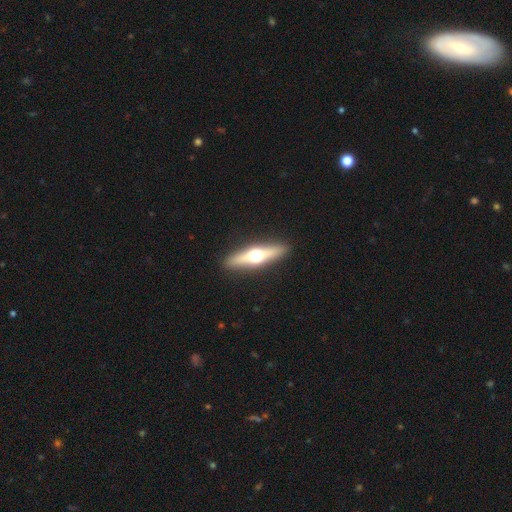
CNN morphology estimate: A featured or disk galaxy (61%) viewed edge-on (93%) with a rounded central bulge (96%). Merging: none (91%).